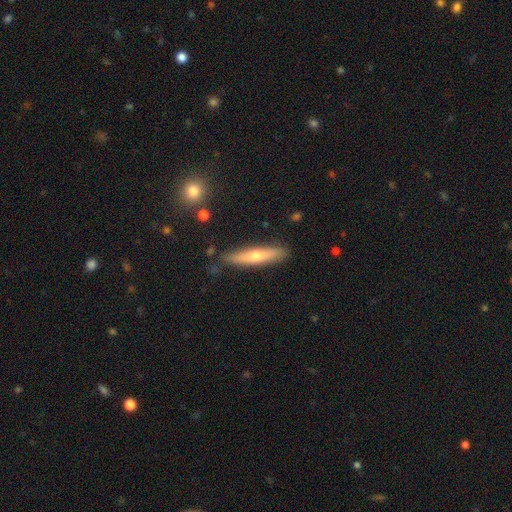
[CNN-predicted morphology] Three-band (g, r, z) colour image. It shows a smooth galaxy with no disk features (53%) that is cigar-shaped (88%). Merging: none (85%).